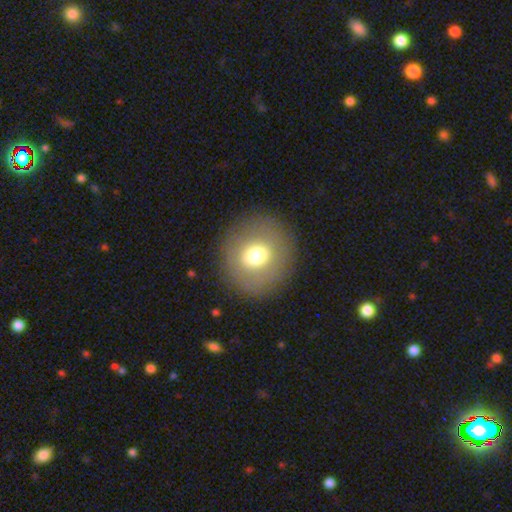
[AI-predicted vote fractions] A smooth galaxy with no disk features (63%) that is round (90%). Merging: none (87%).